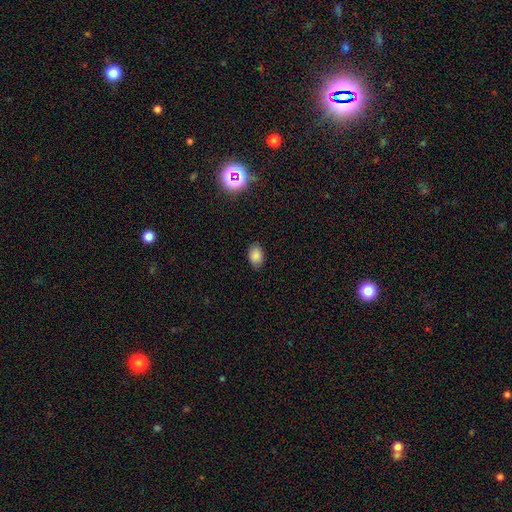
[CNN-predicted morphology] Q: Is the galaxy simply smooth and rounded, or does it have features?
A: smooth — 85%.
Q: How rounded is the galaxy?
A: in between — 85%.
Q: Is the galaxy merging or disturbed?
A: none — 83%.